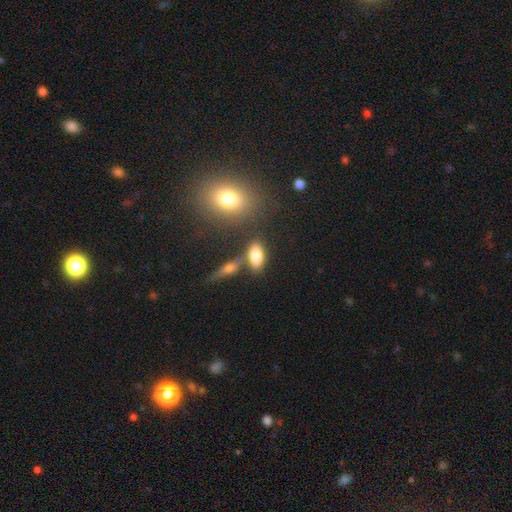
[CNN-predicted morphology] smooth-or-featured: smooth: 77% | featured or disk: 14% | star or artifact: 9%
  how-rounded: in between: 87% | round: 7% | cigar-shaped: 6%
  merging: none: 65% | merger: 16% | minor disturbance: 13% | major disturbance: 5%